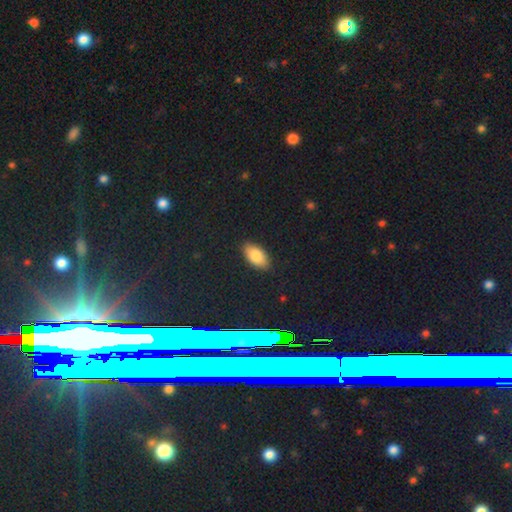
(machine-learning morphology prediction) A smooth galaxy with no disk features (82%) that is in between round and cigar-shaped (93%).

Vote fractions:
- Smooth or featured? smooth: 82% / star or artifact: 9% / featured or disk: 8%
- How rounded? in between: 93% / cigar-shaped: 4% / round: 3%
- Merging? none: 87% / minor disturbance: 9% / major disturbance: 2% / merger: 1%